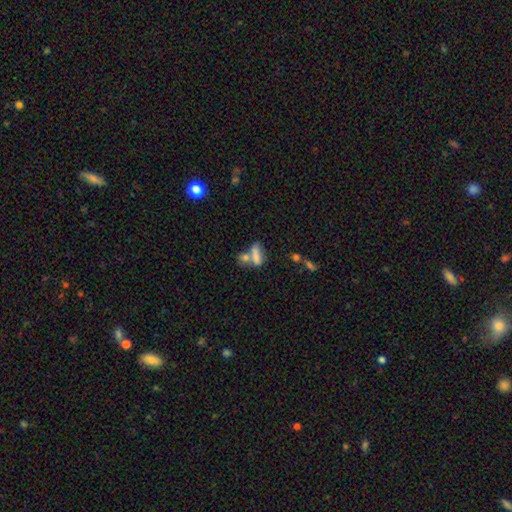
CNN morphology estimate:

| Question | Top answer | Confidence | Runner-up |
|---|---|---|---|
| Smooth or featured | smooth | 71% | featured or disk (17%) |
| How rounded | in between | 60% | cigar-shaped (32%) |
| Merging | merger | 48% | none (31%) |